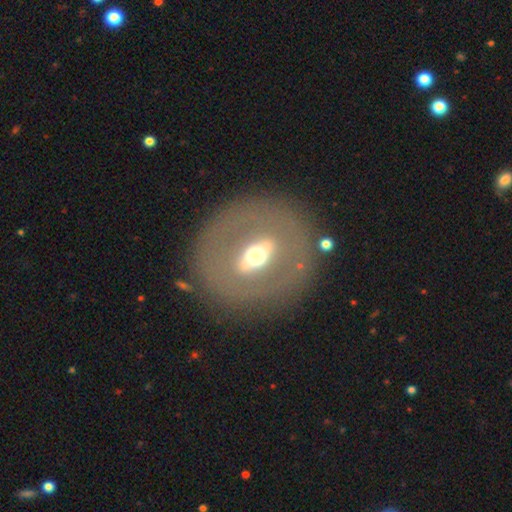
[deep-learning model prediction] This appears to be a featured or disk galaxy (64%). Merging: none (80%).